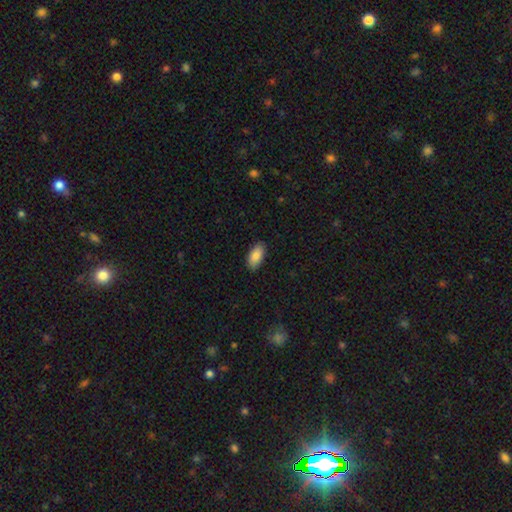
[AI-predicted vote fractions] This appears to be a smooth galaxy with no disk features (87%) that is in between round and cigar-shaped (93%). Merging: none (87%).